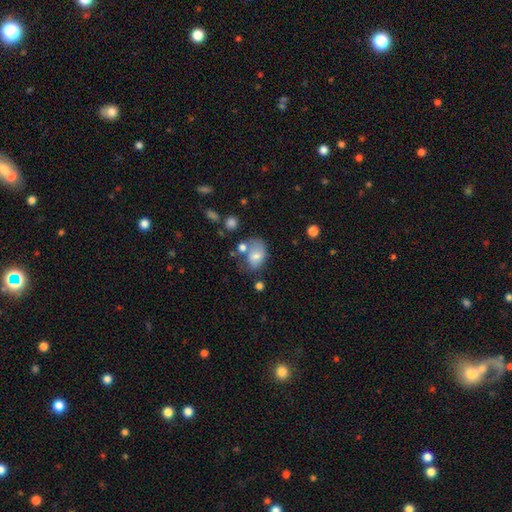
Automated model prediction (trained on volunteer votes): Smooth or featured? smooth (72%)
How rounded? in between (74%)
Merging? none (37%)